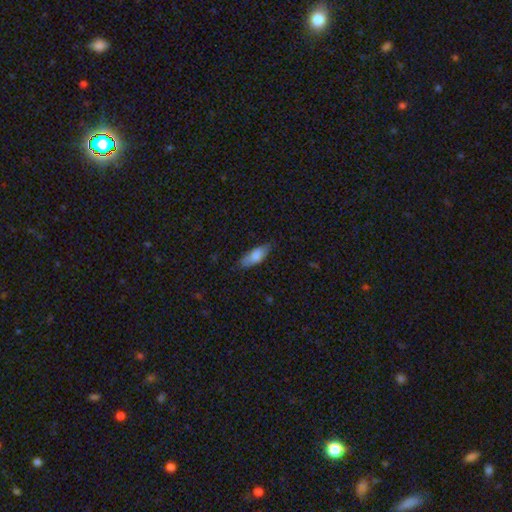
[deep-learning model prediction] Smooth or featured? Predicted: smooth (p=0.79). How rounded? Predicted: in between (p=0.69). Merging? Predicted: none (p=0.73).